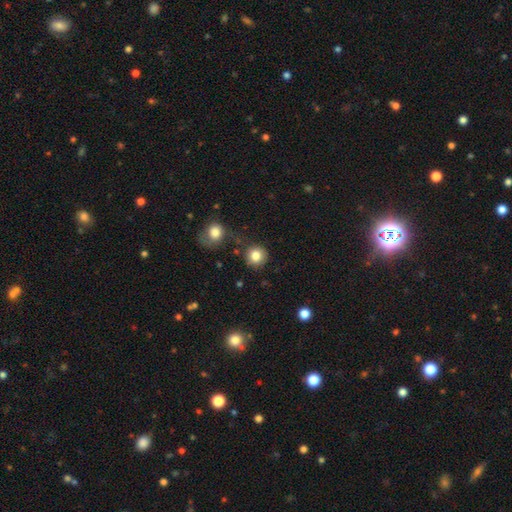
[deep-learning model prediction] This is clearly a smooth galaxy (84%). How rounded: clearly round (92%). Merging: likely none (78%).